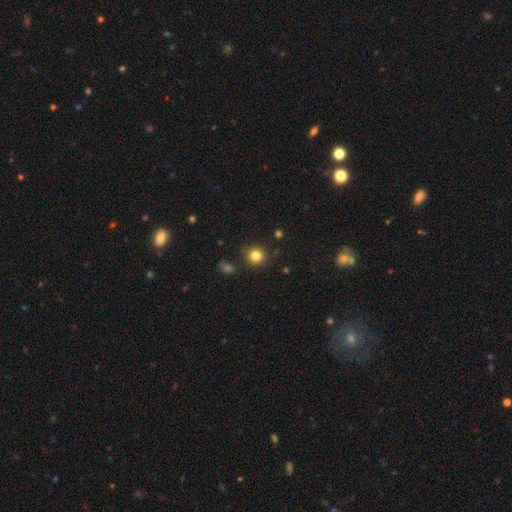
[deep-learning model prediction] This is clearly a smooth galaxy (82%). How rounded: clearly round (87%). Merging: clearly none (85%).